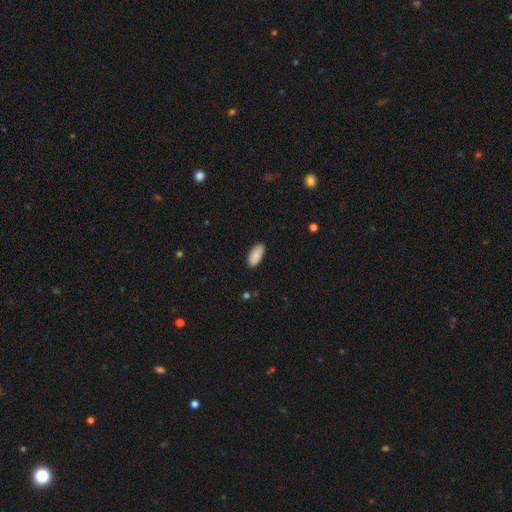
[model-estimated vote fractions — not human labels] smooth_or_featured: smooth (p=0.89) [alt: star or artifact p=0.06]
how_rounded: in between (p=0.91) [alt: cigar-shaped p=0.07]
merging: none (p=0.86) [alt: minor disturbance p=0.11]